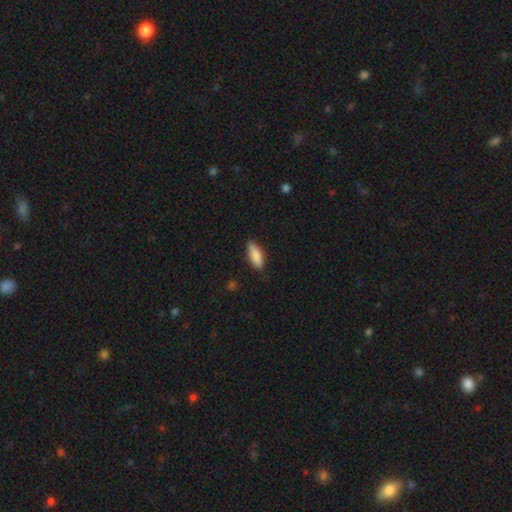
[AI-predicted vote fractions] Smooth or featured? smooth (87%)
How rounded? in between (68%)
Merging? none (82%)